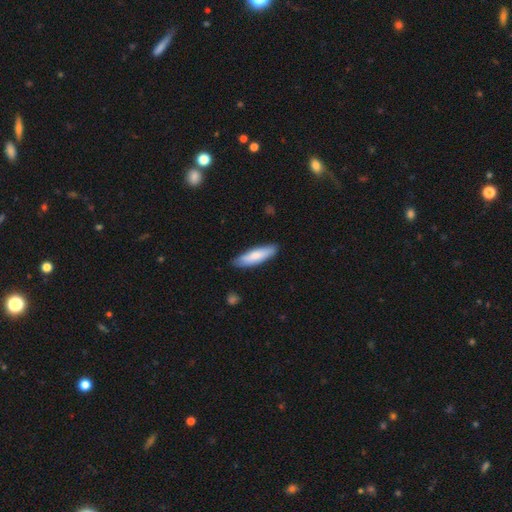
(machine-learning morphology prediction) A smooth galaxy with no disk features (76%) that is cigar-shaped (65%). Merging: none (84%).